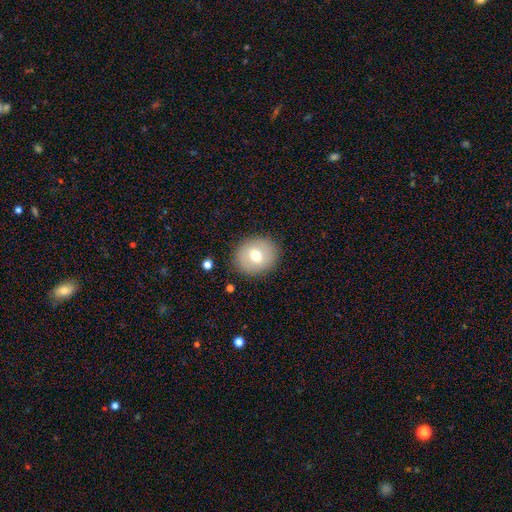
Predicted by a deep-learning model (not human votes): Overall: smooth (69%). How rounded: round (75%). Merging: none (88%).